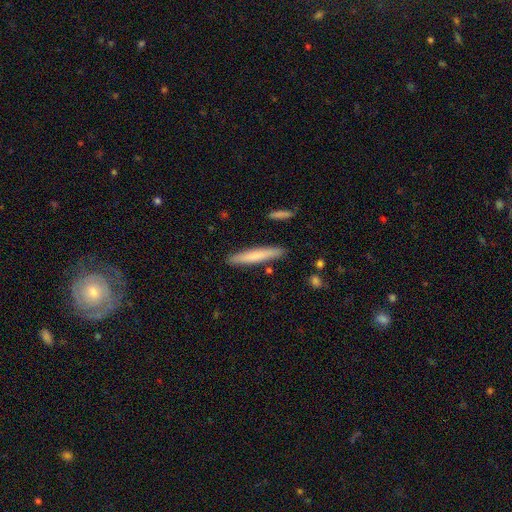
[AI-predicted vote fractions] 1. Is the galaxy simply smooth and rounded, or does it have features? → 72% smooth, 22% featured or disk, 5% star or artifact.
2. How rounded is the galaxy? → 94% cigar-shaped, 5% in between, 1% round.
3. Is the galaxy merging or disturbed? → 88% none, 8% minor disturbance, 2% merger, 2% major disturbance.